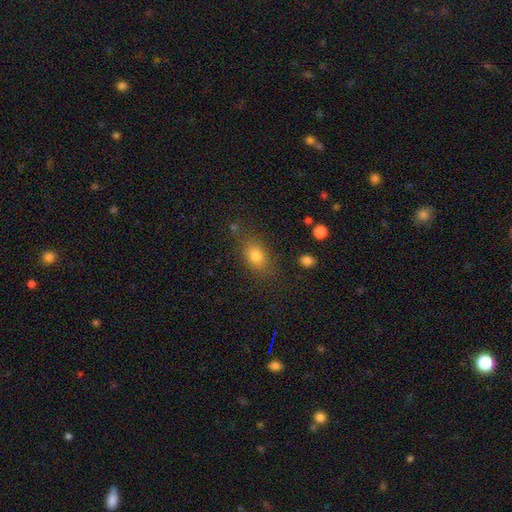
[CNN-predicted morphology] Q: Smooth or featured?
A: smooth (79%); runner-up: star or artifact (11%)
Q: How rounded?
A: in between (74%); runner-up: round (22%)
Q: Merging?
A: none (76%); runner-up: minor disturbance (15%)